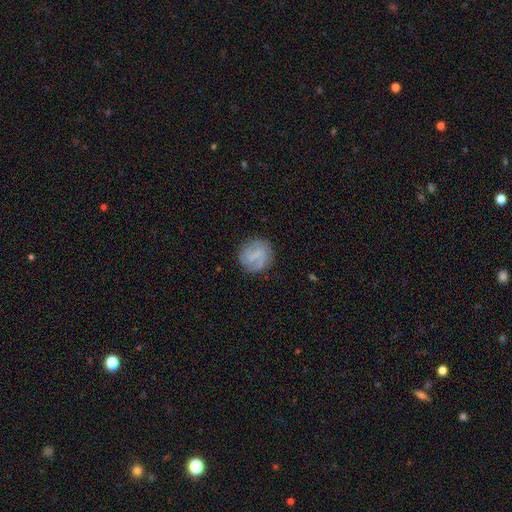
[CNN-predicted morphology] featured or disk 54%, smooth 39%, star or artifact 7%. Down the decision tree: edge-on disk — no (97%); bar — weak (53%); spiral arms — yes (80%); bulge size — small (45%); merging — none (81%).